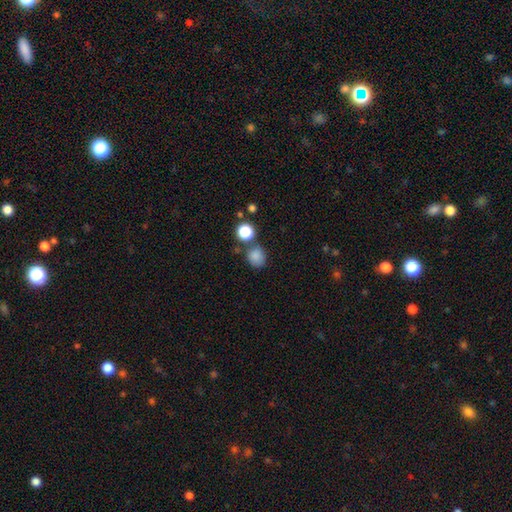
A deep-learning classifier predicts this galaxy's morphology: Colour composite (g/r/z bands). It shows a smooth galaxy with no disk features (83%) that is round (78%). Merging: none (68%).